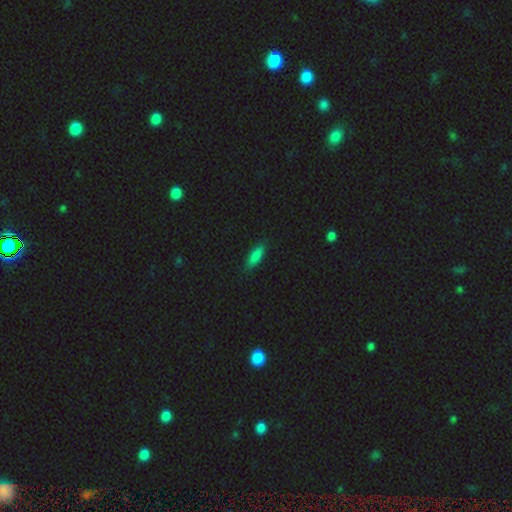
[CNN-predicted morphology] A smooth galaxy with no disk features (82%) that is in between round and cigar-shaped (56%). Merging: none (87%).